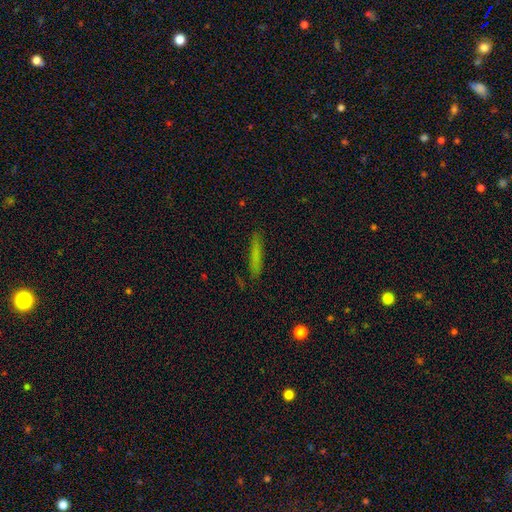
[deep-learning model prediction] smooth_or_featured: smooth (p=0.72) [alt: featured or disk p=0.19]
how_rounded: cigar-shaped (p=0.92) [alt: in between p=0.06]
merging: none (p=0.86) [alt: minor disturbance p=0.10]